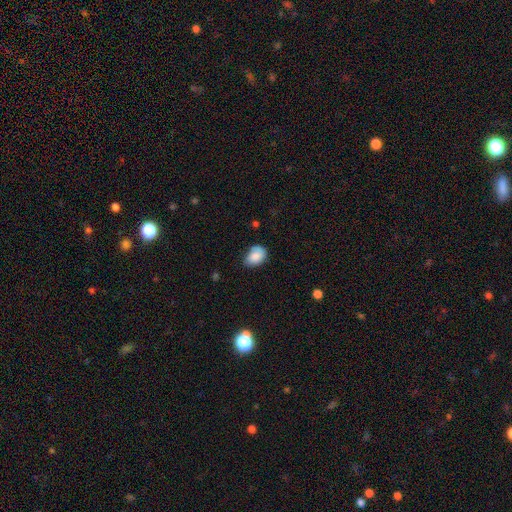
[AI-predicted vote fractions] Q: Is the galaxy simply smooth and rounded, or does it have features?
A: smooth — 79%.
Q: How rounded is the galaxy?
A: in between — 80%.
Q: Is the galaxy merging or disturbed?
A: none — 53%.